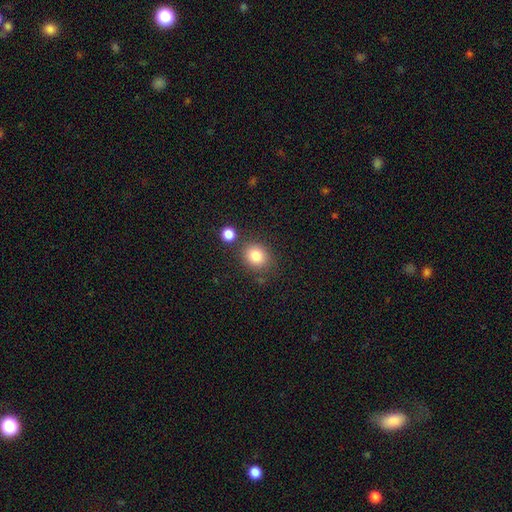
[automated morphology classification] Q: Smooth or featured?
A: smooth (83%); runner-up: star or artifact (10%)
Q: How rounded?
A: round (74%); runner-up: in between (25%)
Q: Merging?
A: none (78%); runner-up: minor disturbance (10%)